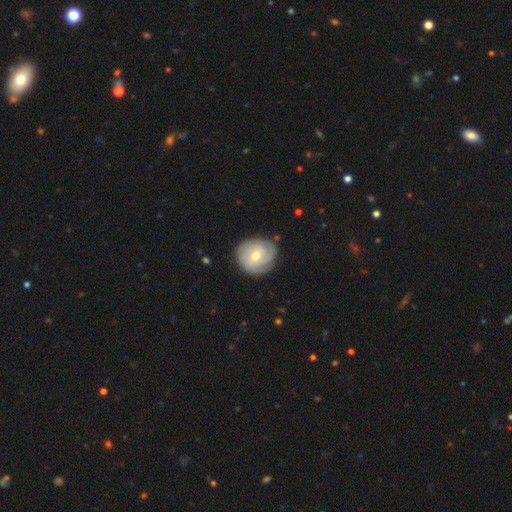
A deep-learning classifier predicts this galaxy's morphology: featured or disk 68%, smooth 26%, star or artifact 6%. Down the decision tree: edge-on disk — no (97%); bar — no (47%); spiral arms — yes (89%); spiral arm count — can't tell (37%); spiral winding — tight (70%); bulge size — moderate (62%); merging — none (76%).